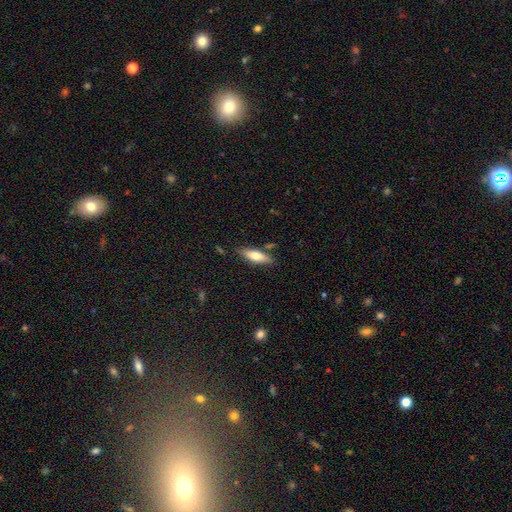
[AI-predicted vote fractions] Smooth or featured? Predicted: smooth (p=0.67). How rounded? Predicted: cigar-shaped (p=0.50). Merging? Predicted: none (p=0.80).